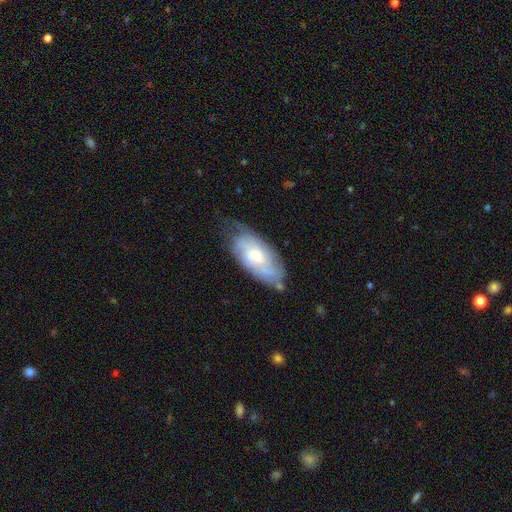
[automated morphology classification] A featured or disk galaxy (61%) with no bar (71%), spiral arms (81%) and a moderate central bulge (51%). Merging: none (59%).